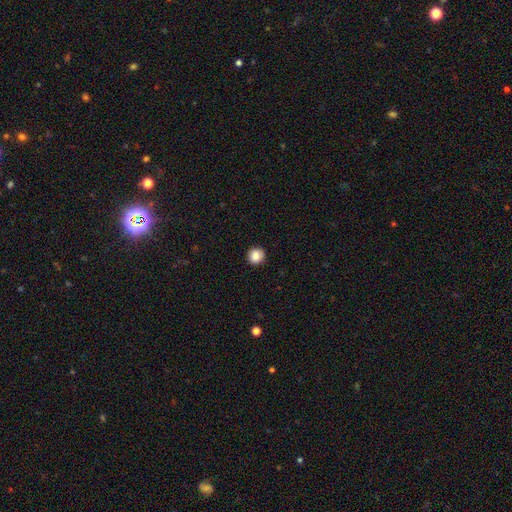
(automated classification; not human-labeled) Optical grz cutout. It shows a smooth galaxy with no disk features (85%) that is round (94%). Merging: none (92%).